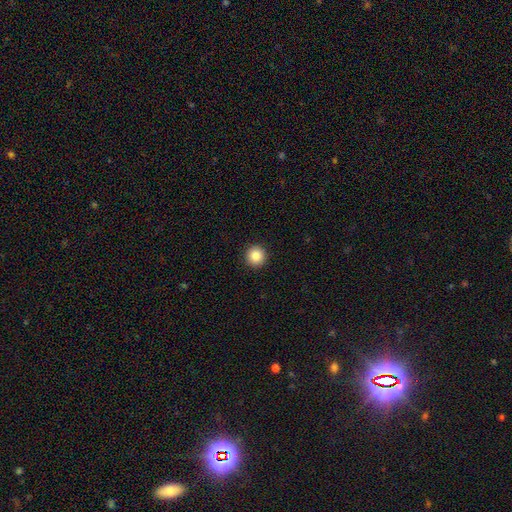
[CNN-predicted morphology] This is clearly a smooth galaxy (86%). How rounded: clearly round (95%). Merging: clearly none (93%).